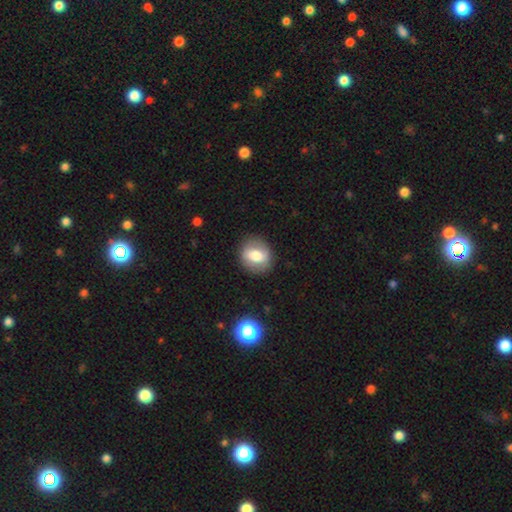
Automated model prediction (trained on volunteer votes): smooth 61%, featured or disk 31%, star or artifact 8%. Down the decision tree: how rounded — round (68%); merging — none (85%).